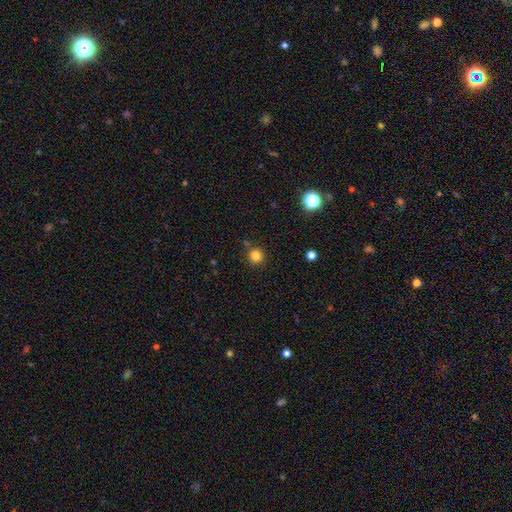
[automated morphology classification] A smooth galaxy with no disk features (82%) that is round (94%).

Vote fractions:
- Smooth or featured? smooth: 82% / star or artifact: 13% / featured or disk: 5%
- How rounded? round: 94% / in between: 5% / cigar-shaped: 1%
- Merging? none: 86% / minor disturbance: 7% / merger: 5% / major disturbance: 2%